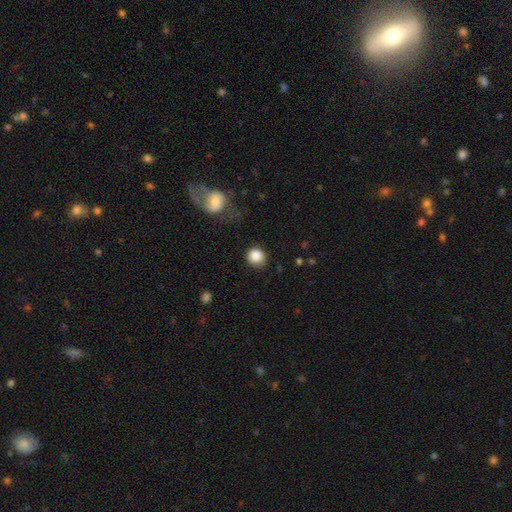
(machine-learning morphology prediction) smooth_or_featured: smooth (p=0.88) [alt: star or artifact p=0.08]
how_rounded: round (p=0.88) [alt: in between p=0.11]
merging: none (p=0.80) [alt: minor disturbance p=0.12]